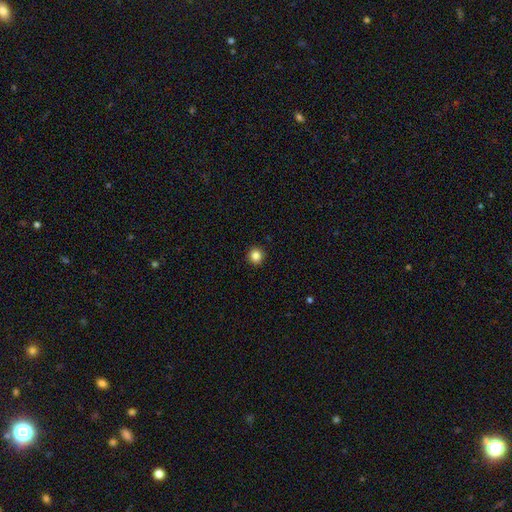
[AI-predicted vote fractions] A smooth galaxy with no disk features (85%) that is round (94%).

Vote fractions:
- Smooth or featured? smooth: 85% / star or artifact: 11% / featured or disk: 4%
- How rounded? round: 94% / in between: 5% / cigar-shaped: 1%
- Merging? none: 93% / minor disturbance: 4% / major disturbance: 1% / merger: 1%